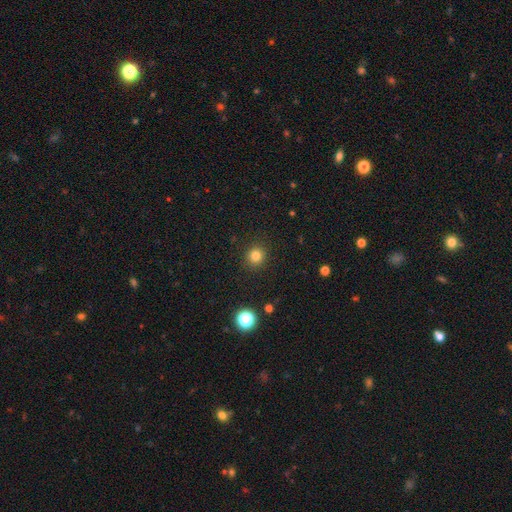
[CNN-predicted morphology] Smooth or featured?
  - smooth: 81% *
  - star or artifact: 14%
  - featured or disk: 5%
How rounded?
  - round: 91% *
  - in between: 8%
  - cigar-shaped: 1%
Merging?
  - none: 91% *
  - minor disturbance: 6%
  - major disturbance: 2%
  - merger: 1%